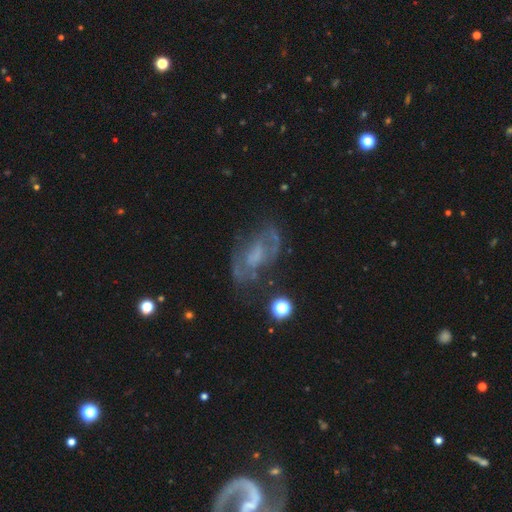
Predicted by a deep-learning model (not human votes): Smooth or featured?
  - featured or disk: 69% *
  - smooth: 18%
  - star or artifact: 13%
Edge-on disk?
  - no: 95% *
  - yes: 5%
Bar?
  - no: 53% *
  - weak: 37%
  - strong: 10%
Spiral arms?
  - yes: 72% *
  - no: 28%
Bulge size?
  - none: 39% *
  - small: 31%
  - moderate: 23%
  - large: 5%
  - dominant: 1%
Merging?
  - none: 61% *
  - minor disturbance: 20%
  - major disturbance: 16%
  - merger: 3%